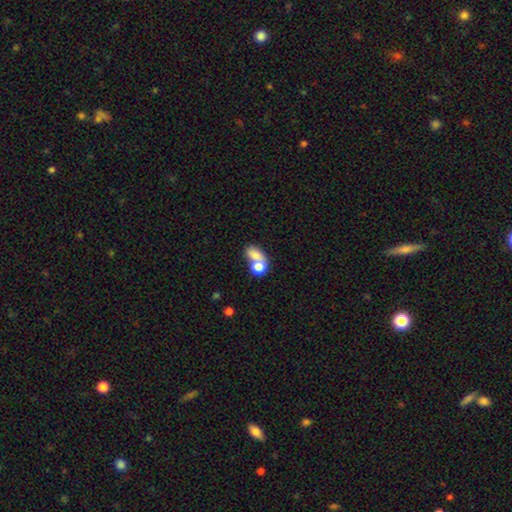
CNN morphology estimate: Smooth or featured? Predicted: smooth (p=0.73). How rounded? Predicted: in between (p=0.64). Merging? Predicted: merger (p=0.65).